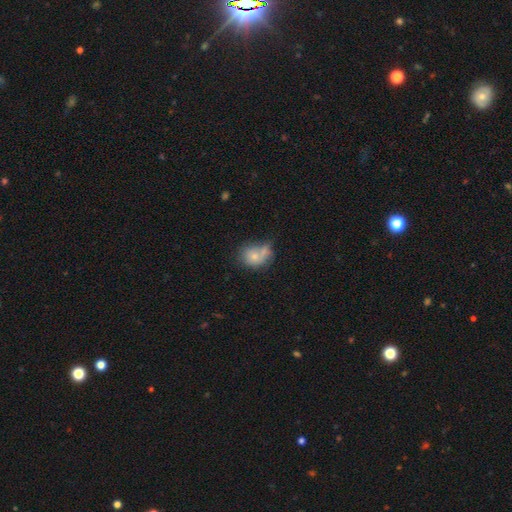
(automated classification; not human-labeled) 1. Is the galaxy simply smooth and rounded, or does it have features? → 73% smooth, 18% featured or disk, 9% star or artifact.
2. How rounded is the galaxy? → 53% in between, 46% round, 1% cigar-shaped.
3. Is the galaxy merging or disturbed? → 43% merger, 30% none, 17% minor disturbance, 9% major disturbance.